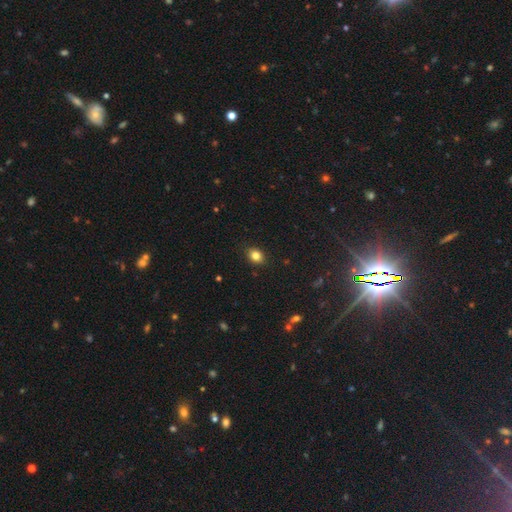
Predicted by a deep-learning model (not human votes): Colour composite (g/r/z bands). It shows a smooth galaxy with no disk features (83%) that is in between round and cigar-shaped (57%). Merging: none (88%).